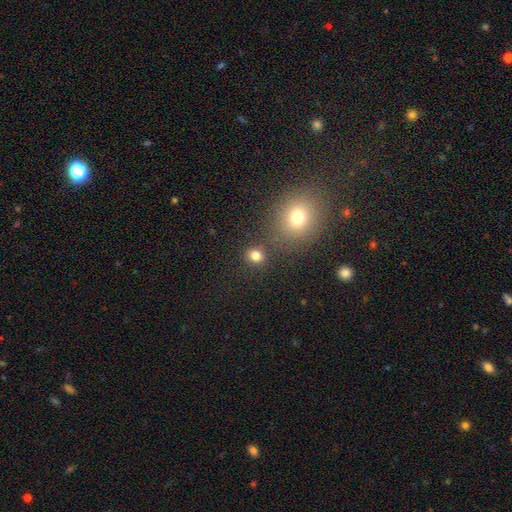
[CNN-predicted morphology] smooth_or_featured: smooth (p=0.79) [alt: star or artifact p=0.15]
how_rounded: round (p=0.77) [alt: in between p=0.22]
merging: none (p=0.77) [alt: merger p=0.11]